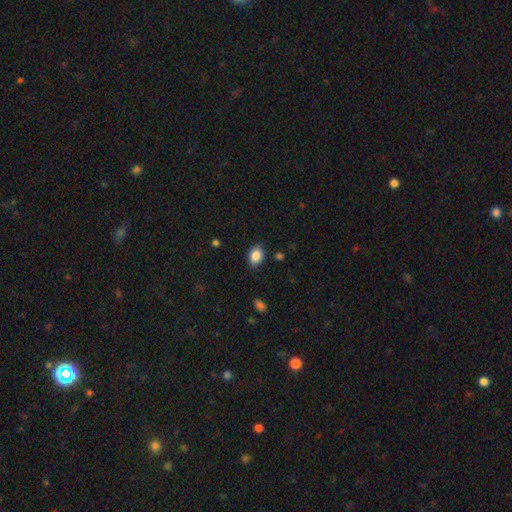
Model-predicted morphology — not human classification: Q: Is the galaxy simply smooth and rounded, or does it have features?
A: smooth — 87%.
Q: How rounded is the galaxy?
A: in between — 77%.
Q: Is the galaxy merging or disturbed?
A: none — 86%.